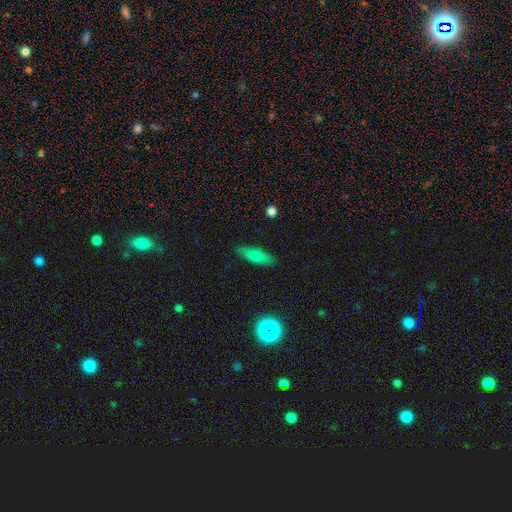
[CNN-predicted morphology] smooth-or-featured: smooth: 66% | featured or disk: 26% | star or artifact: 8%
  how-rounded: cigar-shaped: 49% | in between: 47% | round: 4%
  merging: none: 86% | minor disturbance: 11% | major disturbance: 2% | merger: 1%